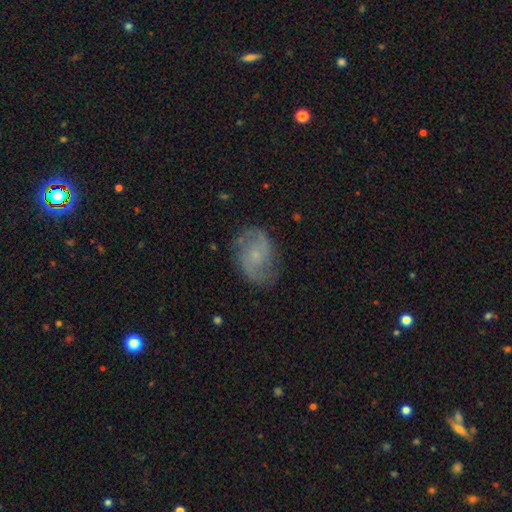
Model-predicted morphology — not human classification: Q: Smooth or featured?
A: featured or disk (77%); runner-up: smooth (16%)
Q: Edge-on disk?
A: no (98%); runner-up: yes (2%)
Q: Bar?
A: no (63%); runner-up: weak (32%)
Q: Spiral arms?
A: yes (94%); runner-up: no (6%)
Q: Spiral winding?
A: medium (50%); runner-up: loose (29%)
Q: Spiral arm count?
A: 2 (86%); runner-up: can't tell (7%)
Q: Bulge size?
A: small (71%); runner-up: moderate (16%)
Q: Merging?
A: none (76%); runner-up: minor disturbance (17%)